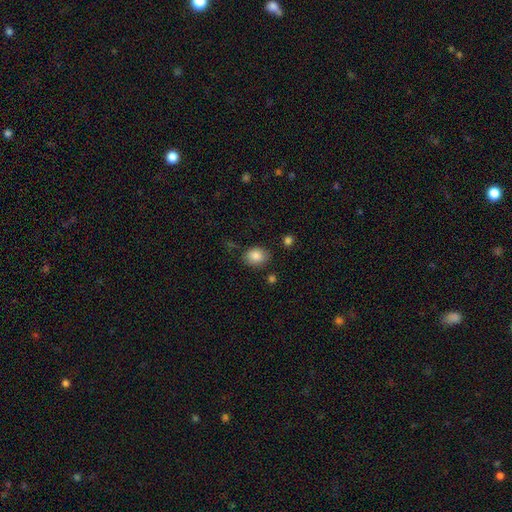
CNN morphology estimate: The model was most divided on "how rounded": in between: 62%, round: 37%, cigar-shaped: 1%. More confident: smooth or featured — smooth (85%); merging — none (79%).